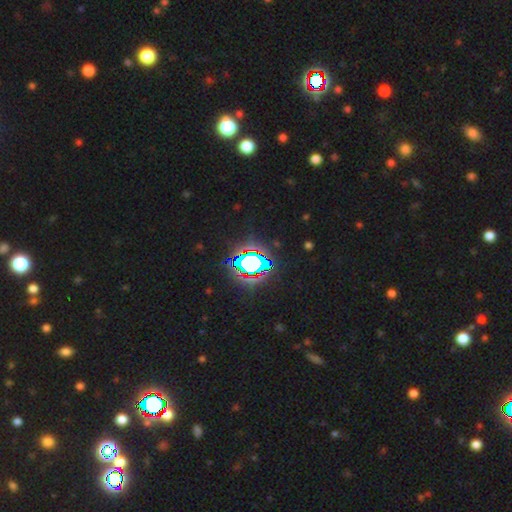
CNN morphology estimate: The model was most divided on "smooth or featured": star or artifact: 76%, smooth: 14%, featured or disk: 10%.